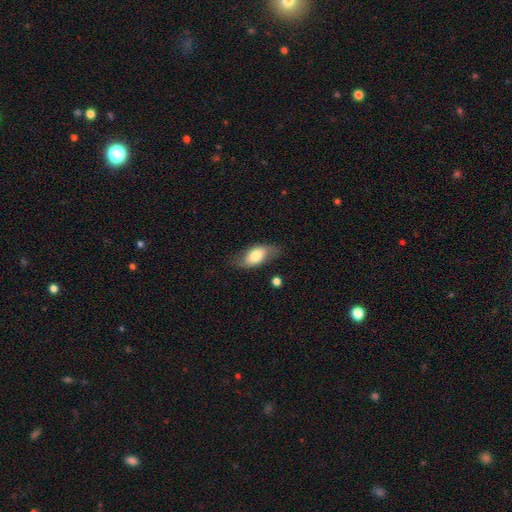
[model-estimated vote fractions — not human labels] The model was most divided on "smooth or featured": smooth: 66%, featured or disk: 27%, star or artifact: 7%. More confident: how rounded — in between (88%); merging — none (68%).